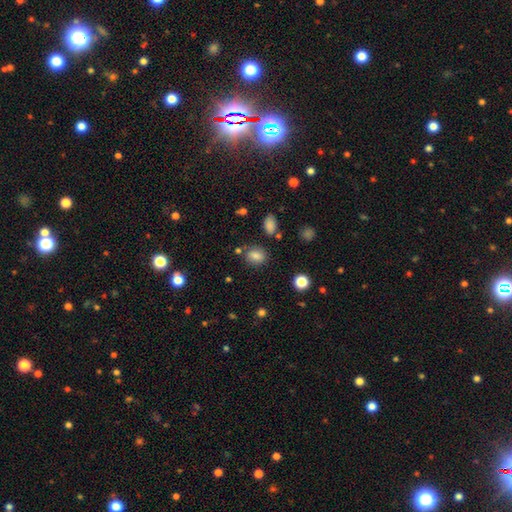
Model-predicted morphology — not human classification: A smooth galaxy with no disk features (81%) that is in between round and cigar-shaped (56%). Merging: none (76%).